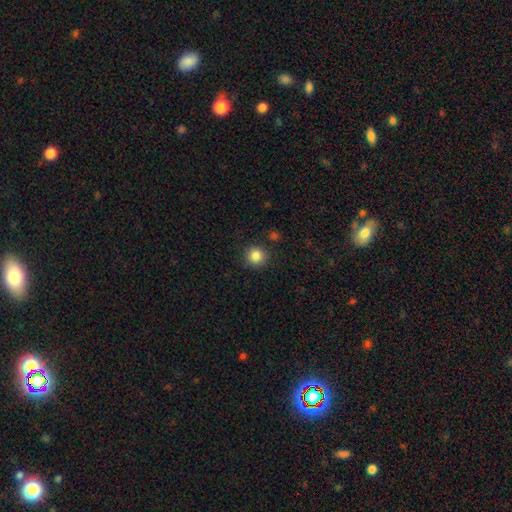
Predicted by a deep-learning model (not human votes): smooth_or_featured: smooth (p=0.86) [alt: star or artifact p=0.11]
how_rounded: round (p=0.93) [alt: in between p=0.06]
merging: none (p=0.89) [alt: minor disturbance p=0.07]